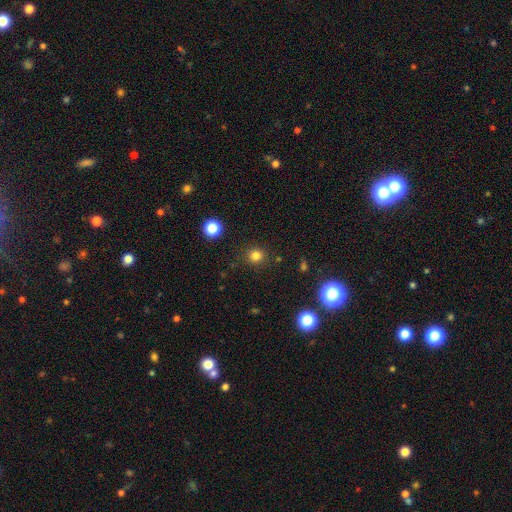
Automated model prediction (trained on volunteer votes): This appears to be a smooth galaxy with no disk features (80%) that is round (92%). Merging: none (90%).